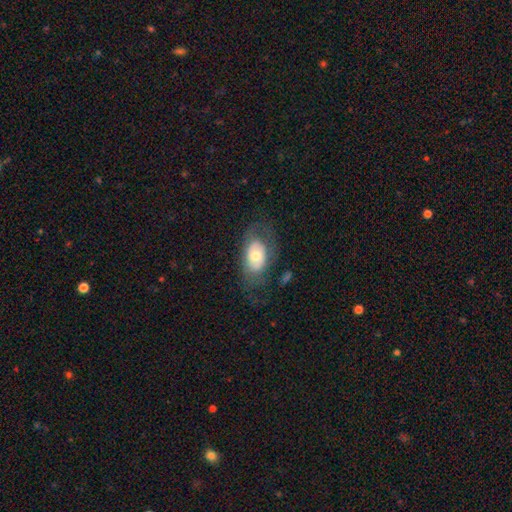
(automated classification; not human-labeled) Overall: smooth (55%; featured or disk 38%). How rounded: in between (88%). Merging: none (60%; minor disturbance 20%).